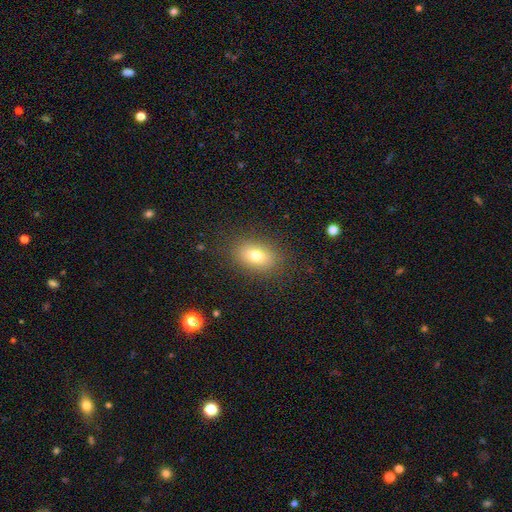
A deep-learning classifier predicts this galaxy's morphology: Smooth or featured?
  - smooth: 76% *
  - featured or disk: 13%
  - star or artifact: 11%
How rounded?
  - in between: 80% *
  - round: 18%
  - cigar-shaped: 2%
Merging?
  - none: 86% *
  - minor disturbance: 9%
  - major disturbance: 4%
  - merger: 1%